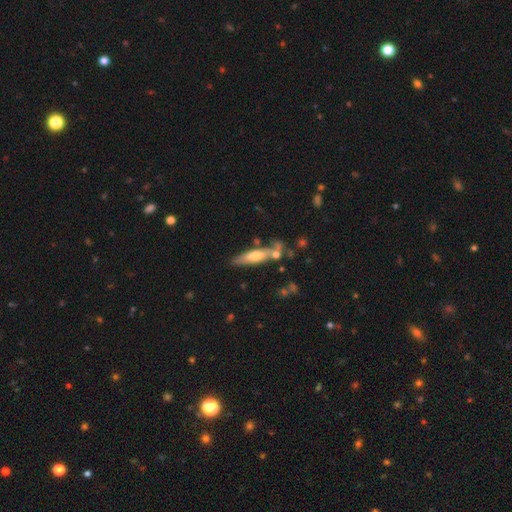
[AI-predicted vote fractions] This is possibly a smooth galaxy (54%). How rounded: likely cigar-shaped (71%). Merging: likely none (62%).